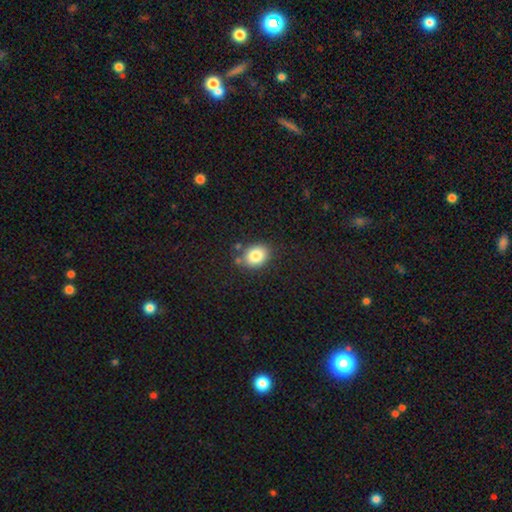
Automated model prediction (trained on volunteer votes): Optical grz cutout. It shows a smooth galaxy with no disk features (83%) that is in between round and cigar-shaped (57%). Merging: none (78%).